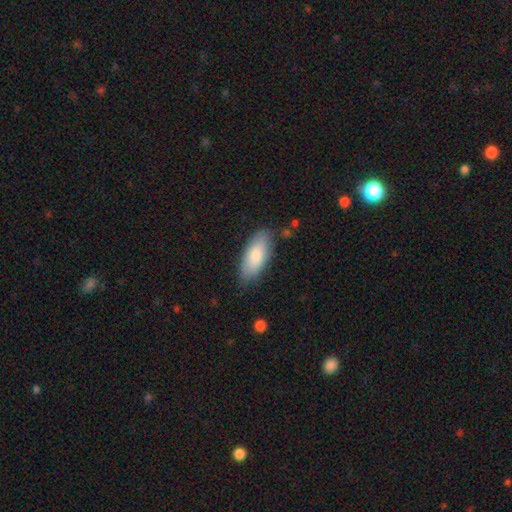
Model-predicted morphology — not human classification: smooth_or_featured: smooth (p=0.78) [alt: featured or disk p=0.16]
how_rounded: in between (p=0.83) [alt: cigar-shaped p=0.15]
merging: none (p=0.79) [alt: minor disturbance p=0.16]